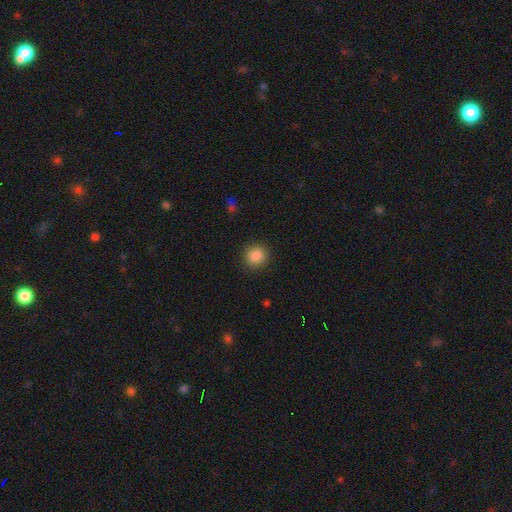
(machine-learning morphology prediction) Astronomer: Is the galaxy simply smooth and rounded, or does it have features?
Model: smooth — 87%.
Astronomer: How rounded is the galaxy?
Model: round — 89%.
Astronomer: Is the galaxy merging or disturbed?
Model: none — 90%.